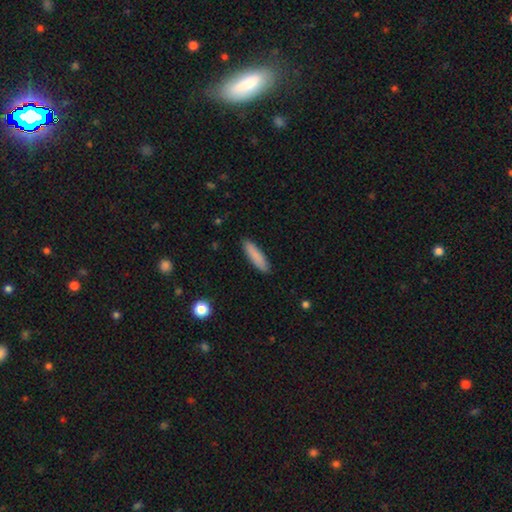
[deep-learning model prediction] smooth-or-featured: smooth: 86% | featured or disk: 8% | star or artifact: 6%
  how-rounded: cigar-shaped: 75% | in between: 24% | round: 1%
  merging: none: 89% | minor disturbance: 9% | major disturbance: 2% | merger: 1%